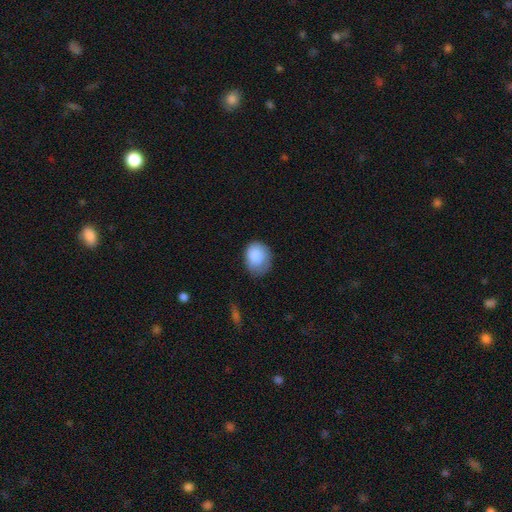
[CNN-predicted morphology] Q: Smooth or featured?
A: smooth (87%); runner-up: star or artifact (7%)
Q: How rounded?
A: in between (52%); runner-up: round (48%)
Q: Merging?
A: none (58%); runner-up: minor disturbance (32%)